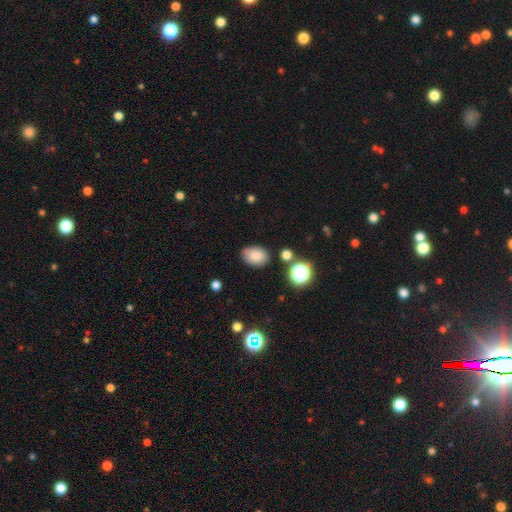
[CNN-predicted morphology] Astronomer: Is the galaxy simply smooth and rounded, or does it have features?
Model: smooth — 83%.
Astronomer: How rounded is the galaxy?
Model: in between — 81%.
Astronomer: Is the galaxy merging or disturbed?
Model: none — 79%.